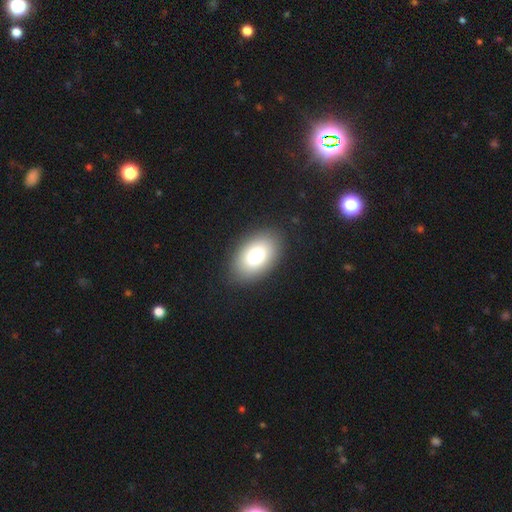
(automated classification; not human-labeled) A smooth galaxy with no disk features (82%) that is in between round and cigar-shaped (91%).

Vote fractions:
- Smooth or featured? smooth: 82% / featured or disk: 11% / star or artifact: 8%
- How rounded? in between: 91% / round: 8% / cigar-shaped: 1%
- Merging? none: 87% / minor disturbance: 9% / major disturbance: 3% / merger: 1%